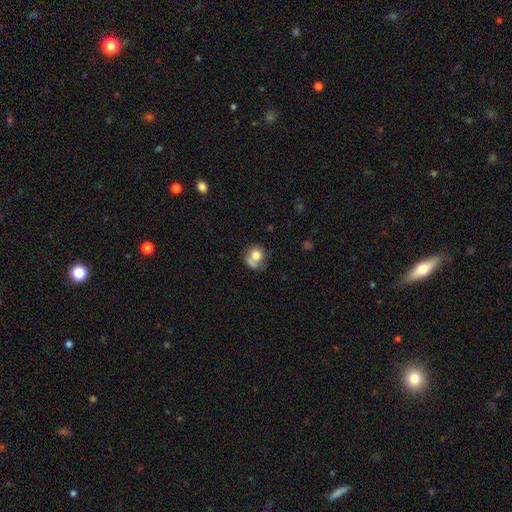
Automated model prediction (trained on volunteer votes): This is likely a smooth galaxy (70%). How rounded: likely round (73%). Merging: marginally none (40%).